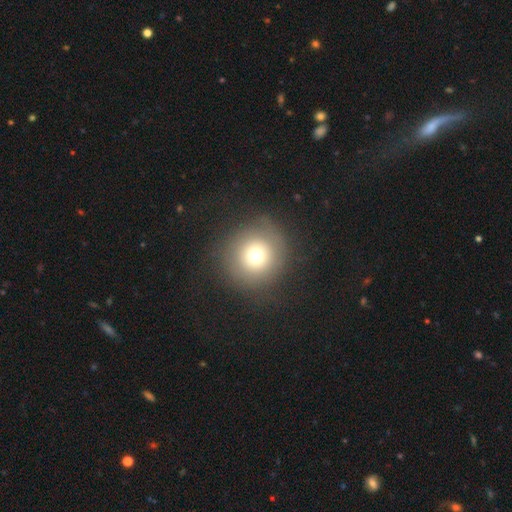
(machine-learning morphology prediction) Q: Smooth or featured?
A: smooth (70%); runner-up: featured or disk (16%)
Q: How rounded?
A: round (94%); runner-up: in between (5%)
Q: Merging?
A: none (82%); runner-up: minor disturbance (11%)